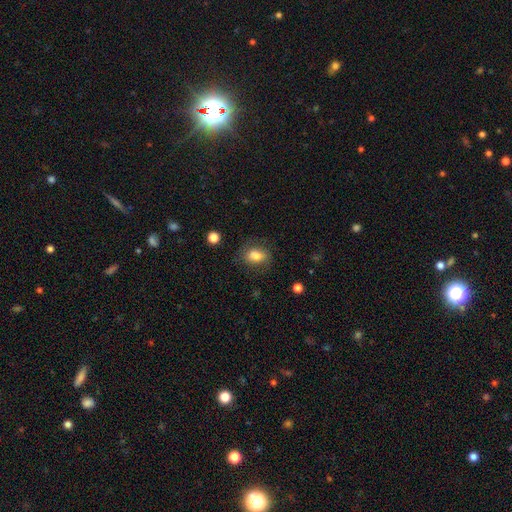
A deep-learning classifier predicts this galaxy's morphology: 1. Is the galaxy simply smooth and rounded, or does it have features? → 79% smooth, 12% featured or disk, 9% star or artifact.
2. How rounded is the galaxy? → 72% in between, 26% round, 2% cigar-shaped.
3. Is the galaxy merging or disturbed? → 72% none, 18% minor disturbance, 7% major disturbance, 2% merger.